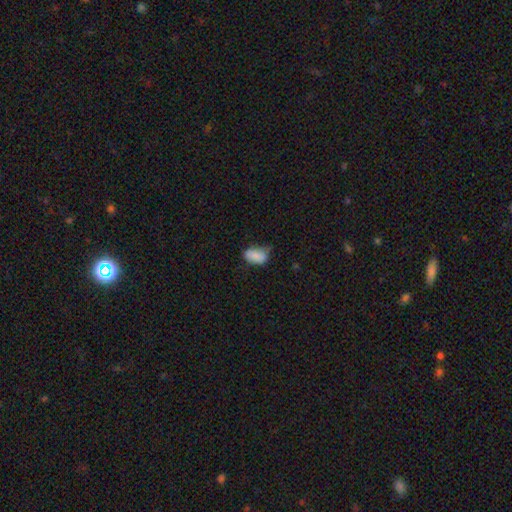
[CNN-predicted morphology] This is clearly a smooth galaxy (83%). How rounded: clearly in between (90%). Merging: possibly none (46%).